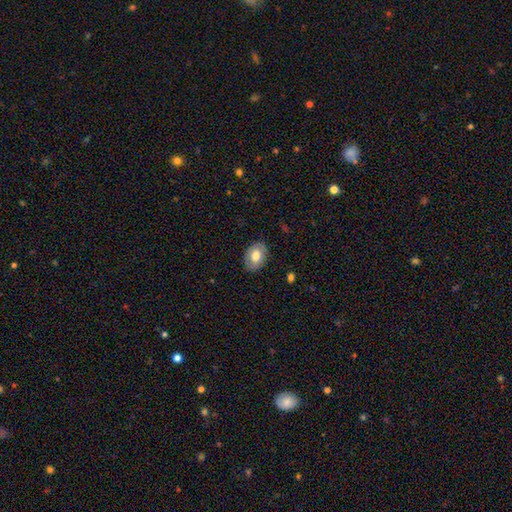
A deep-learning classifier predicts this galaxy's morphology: A smooth galaxy with no disk features (72%) that is in between round and cigar-shaped (82%). Merging: none (86%).